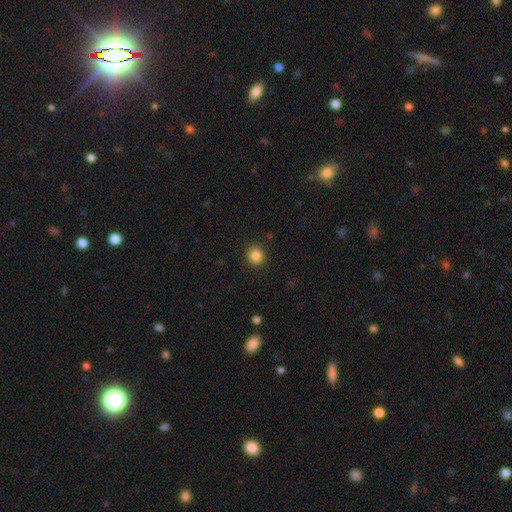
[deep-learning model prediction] This is clearly a smooth galaxy (86%). How rounded: clearly round (87%). Merging: clearly none (89%).